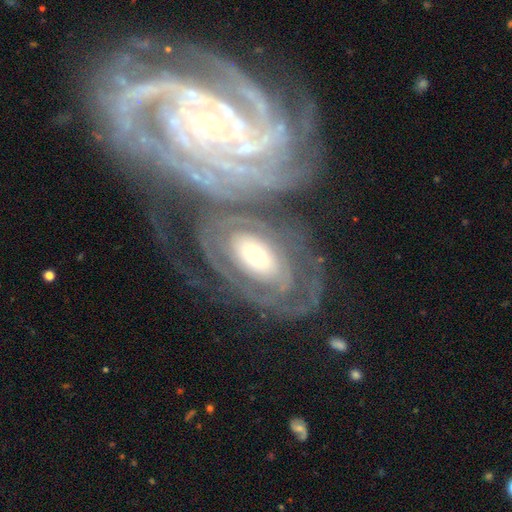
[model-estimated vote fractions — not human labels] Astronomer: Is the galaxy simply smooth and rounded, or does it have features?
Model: featured or disk — 81%.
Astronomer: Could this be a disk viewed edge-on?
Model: no — 95%.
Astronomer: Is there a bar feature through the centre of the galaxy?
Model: no — 68%.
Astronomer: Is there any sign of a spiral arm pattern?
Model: yes — 89%.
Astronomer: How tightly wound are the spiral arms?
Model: tight — 77%.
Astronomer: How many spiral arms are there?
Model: can't tell — 38% (runner-up: 2, 25%).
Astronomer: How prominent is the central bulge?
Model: moderate — 49% (runner-up: large, 25%).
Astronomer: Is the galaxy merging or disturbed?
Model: none — 50% (runner-up: merger, 26%).